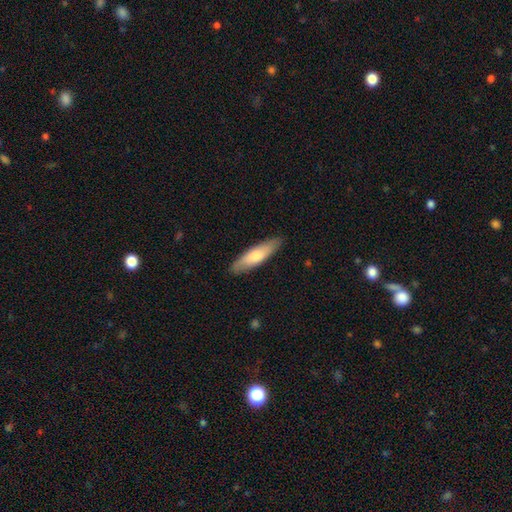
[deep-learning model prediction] This is likely a smooth galaxy (71%). How rounded: likely cigar-shaped (65%). Merging: clearly none (88%).